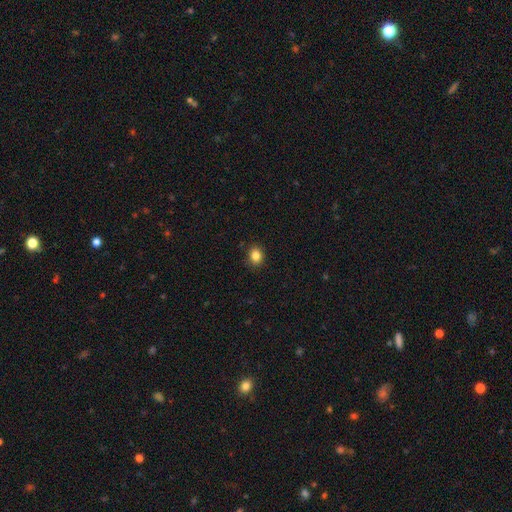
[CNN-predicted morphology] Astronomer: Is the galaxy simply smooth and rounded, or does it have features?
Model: smooth — 84%.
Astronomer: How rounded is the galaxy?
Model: round — 61% (runner-up: in between, 38%).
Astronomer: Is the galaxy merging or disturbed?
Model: none — 89%.